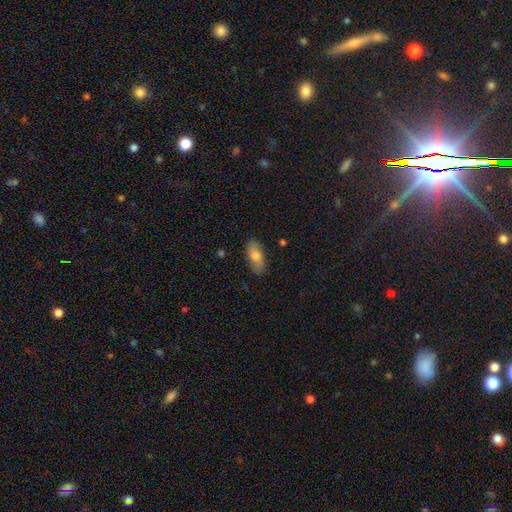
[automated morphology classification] smooth-or-featured: smooth: 73% | featured or disk: 21% | star or artifact: 6%
  how-rounded: in between: 86% | cigar-shaped: 11% | round: 3%
  merging: none: 83% | minor disturbance: 13% | major disturbance: 3% | merger: 1%